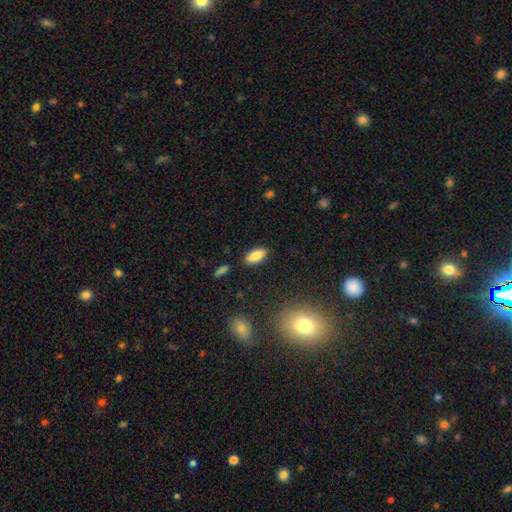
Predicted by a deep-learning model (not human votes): The model was most divided on "smooth or featured": smooth: 83%, featured or disk: 9%, star or artifact: 8%. More confident: how rounded — in between (87%); merging — none (86%).